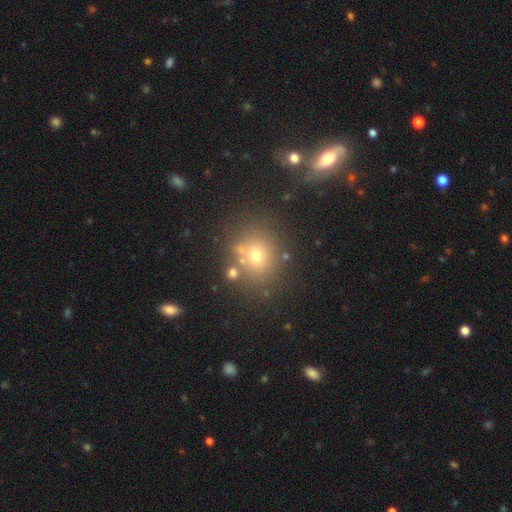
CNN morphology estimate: A smooth galaxy with no disk features (64%) that is round (75%). Merging: none (73%).